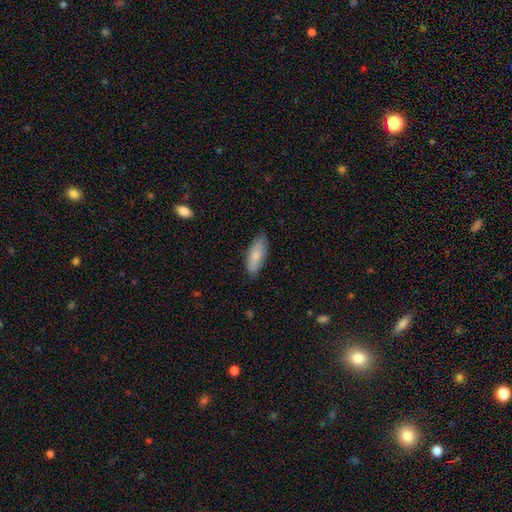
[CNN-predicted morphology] Smooth or featured? smooth (81%)
How rounded? in between (75%)
Merging? none (81%)